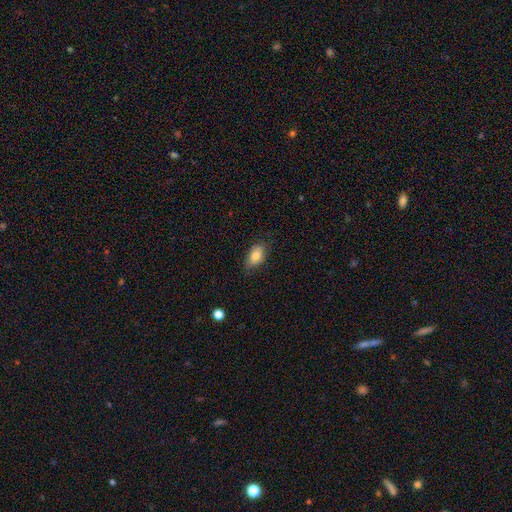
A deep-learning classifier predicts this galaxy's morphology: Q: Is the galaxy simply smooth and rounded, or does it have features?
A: smooth — 79%.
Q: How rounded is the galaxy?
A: in between — 89%.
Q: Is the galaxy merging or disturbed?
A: none — 74%.